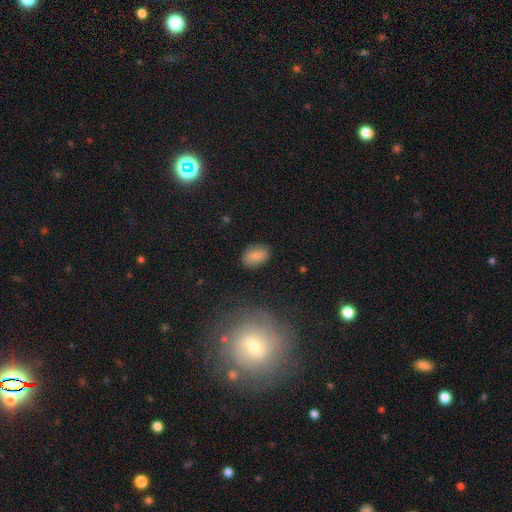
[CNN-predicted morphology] The model was most divided on "smooth or featured": smooth: 79%, featured or disk: 12%, star or artifact: 9%. More confident: how rounded — in between (85%); merging — none (83%).